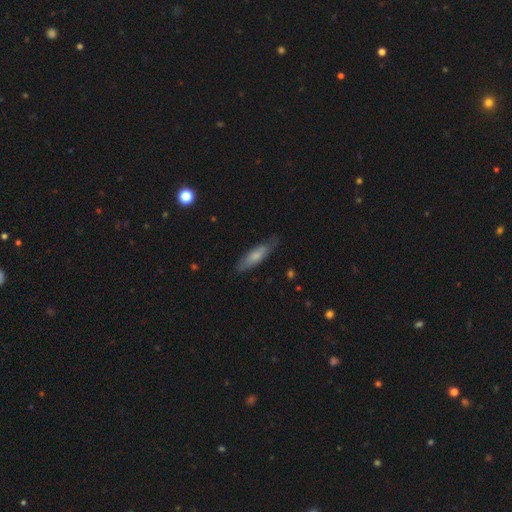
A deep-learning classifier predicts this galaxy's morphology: A smooth galaxy with no disk features (65%) that is cigar-shaped (58%).

Vote fractions:
- Smooth or featured? smooth: 65% / featured or disk: 29% / star or artifact: 5%
- How rounded? cigar-shaped: 58% / in between: 40% / round: 2%
- Merging? none: 72% / minor disturbance: 22% / major disturbance: 5% / merger: 1%